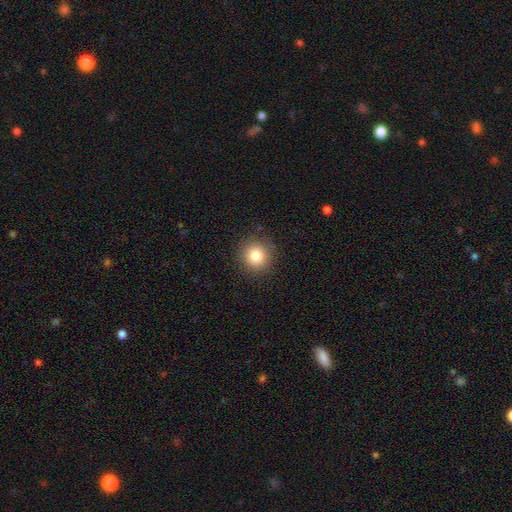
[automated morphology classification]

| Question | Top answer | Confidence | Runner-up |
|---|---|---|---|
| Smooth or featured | smooth | 82% | star or artifact (11%) |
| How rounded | round | 92% | in between (7%) |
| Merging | none | 89% | minor disturbance (7%) |